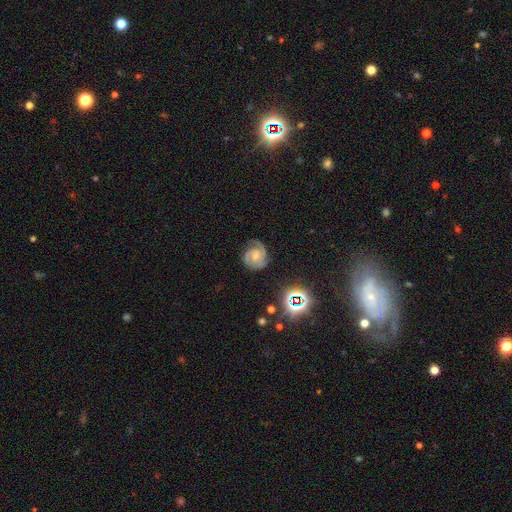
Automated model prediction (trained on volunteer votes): Overall: featured or disk (86%). Edge-on disk: no (98%). Bar: no (57%; weak 34%). Spiral arms: yes (98%). Spiral arm count: 2 (69%). Spiral winding: tight (61%; medium 35%). Bulge size: small (46%; moderate 45%). Merging: none (75%).